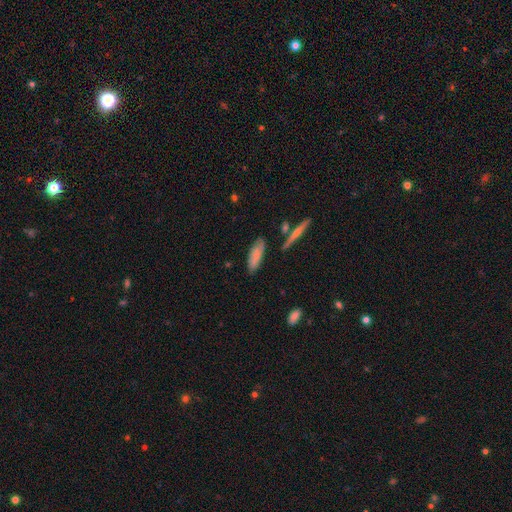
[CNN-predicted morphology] Smooth or featured?
  - smooth: 75% *
  - featured or disk: 18%
  - star or artifact: 7%
How rounded?
  - in between: 57% *
  - cigar-shaped: 41%
  - round: 2%
Merging?
  - none: 75% *
  - minor disturbance: 17%
  - merger: 5%
  - major disturbance: 4%